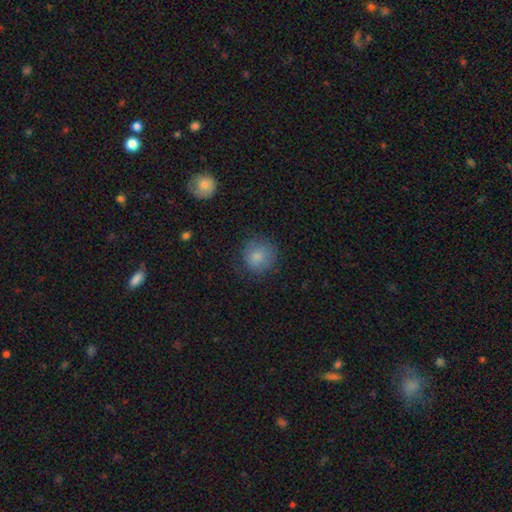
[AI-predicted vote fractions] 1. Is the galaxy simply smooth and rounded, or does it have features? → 80% smooth, 10% featured or disk, 10% star or artifact.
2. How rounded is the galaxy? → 89% round, 10% in between, 1% cigar-shaped.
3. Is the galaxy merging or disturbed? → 78% none, 16% minor disturbance, 5% major disturbance, 1% merger.